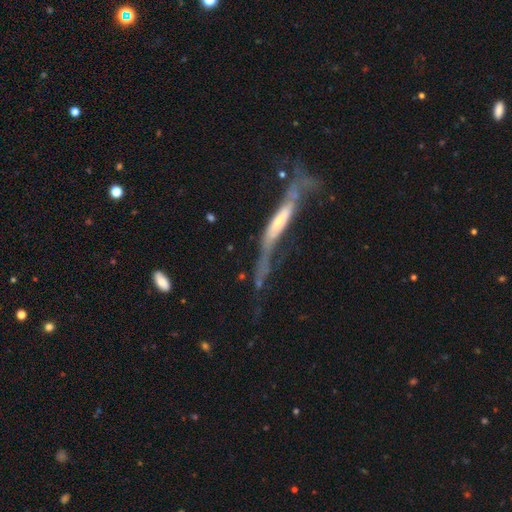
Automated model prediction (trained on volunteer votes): Morphology: type=featured or disk (73%); edge-on=yes (73%); edge-on bulge=rounded (45%); merging=major disturbance (36%).